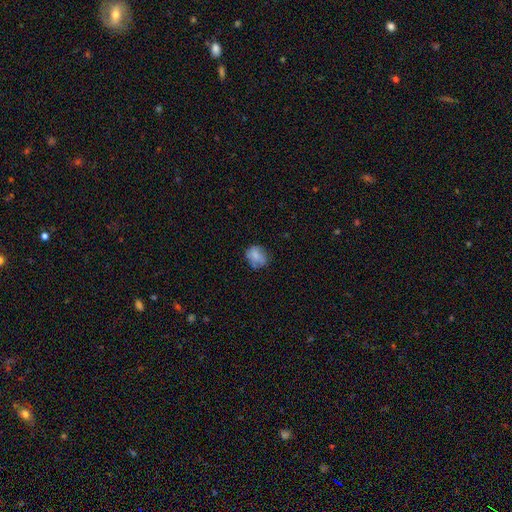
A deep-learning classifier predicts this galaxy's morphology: Smooth or featured?
  - smooth: 73% *
  - featured or disk: 17%
  - star or artifact: 10%
How rounded?
  - round: 54% *
  - in between: 45%
  - cigar-shaped: 1%
Merging?
  - none: 60% *
  - minor disturbance: 27%
  - major disturbance: 10%
  - merger: 3%